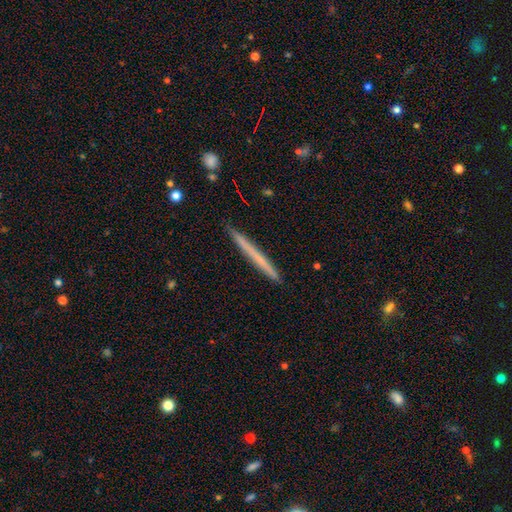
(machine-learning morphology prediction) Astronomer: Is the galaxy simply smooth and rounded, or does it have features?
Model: smooth — 55% (runner-up: featured or disk, 39%).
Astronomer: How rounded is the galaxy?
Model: cigar-shaped — 97%.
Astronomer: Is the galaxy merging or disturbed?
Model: none — 92%.